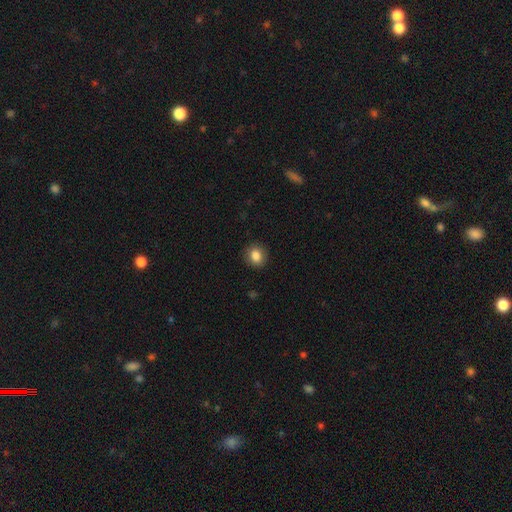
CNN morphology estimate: Smooth or featured? smooth (85%)
How rounded? round (72%)
Merging? none (89%)